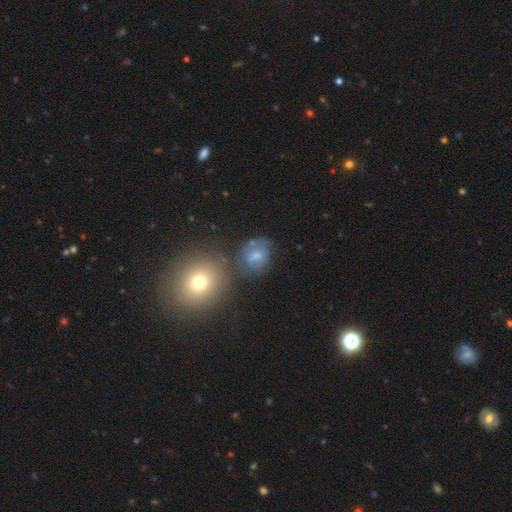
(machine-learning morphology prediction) Smooth or featured? smooth (54%)
How rounded? in between (49%, tied with round)
Merging? none (55%)